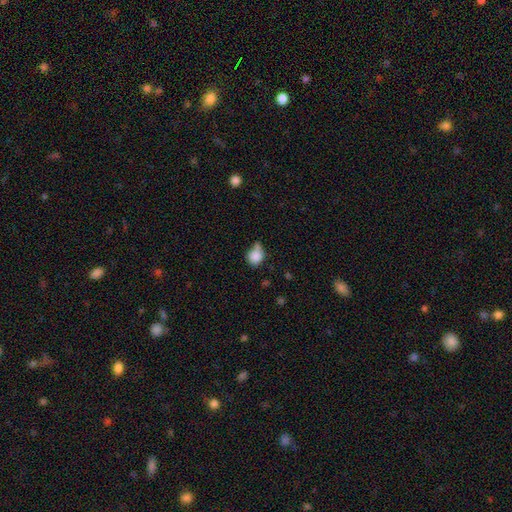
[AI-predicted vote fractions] The model was most divided on "merging": none: 41%, minor disturbance: 27%, merger: 21%, major disturbance: 10%. More confident: smooth or featured — smooth (83%); how rounded — round (75%).